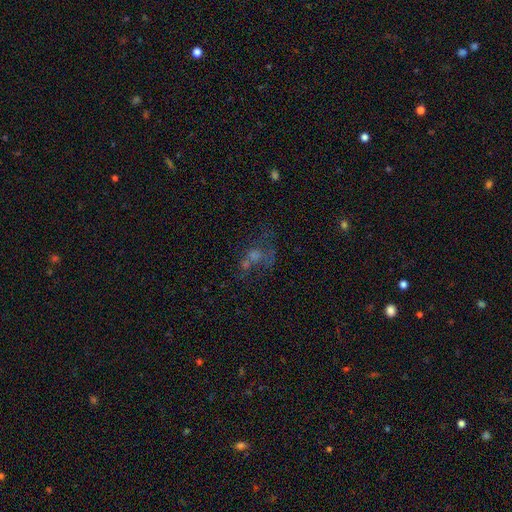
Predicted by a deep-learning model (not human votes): This appears to be a featured or disk galaxy (37%). Merging: none (31%).